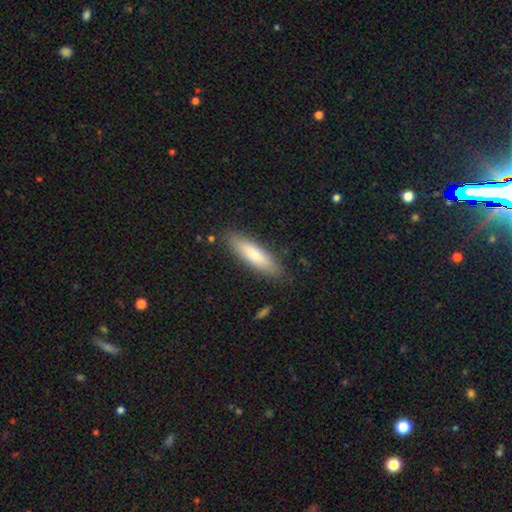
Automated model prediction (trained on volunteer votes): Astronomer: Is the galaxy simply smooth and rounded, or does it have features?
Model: smooth — 76%.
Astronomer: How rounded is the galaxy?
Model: cigar-shaped — 63%.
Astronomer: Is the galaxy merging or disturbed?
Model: none — 84%.